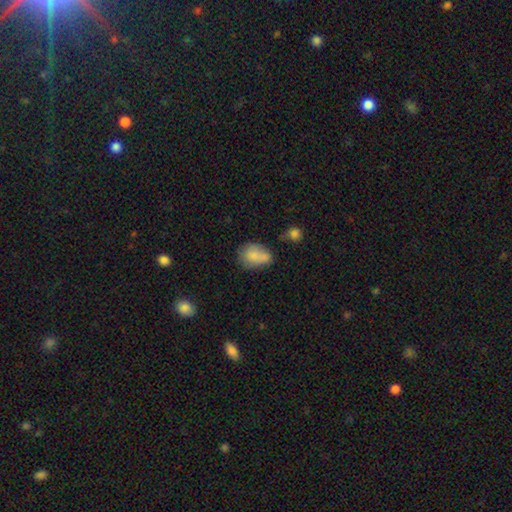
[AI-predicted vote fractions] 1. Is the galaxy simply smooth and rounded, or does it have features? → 79% smooth, 12% featured or disk, 9% star or artifact.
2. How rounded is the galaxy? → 71% in between, 27% round, 2% cigar-shaped.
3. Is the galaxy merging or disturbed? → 43% none, 29% minor disturbance, 17% merger, 10% major disturbance.